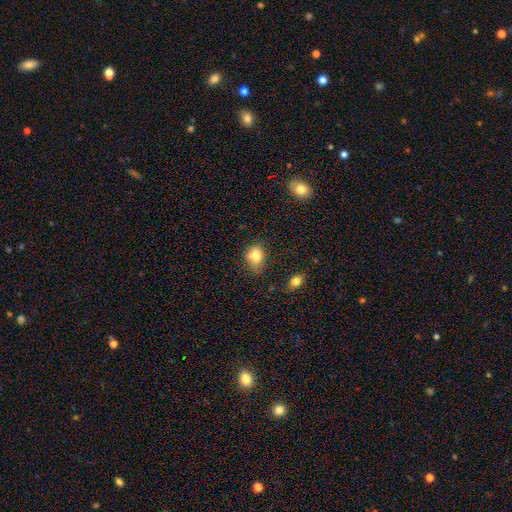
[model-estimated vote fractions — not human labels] Smooth or featured? smooth (79%)
How rounded? in between (58%)
Merging? none (50%)